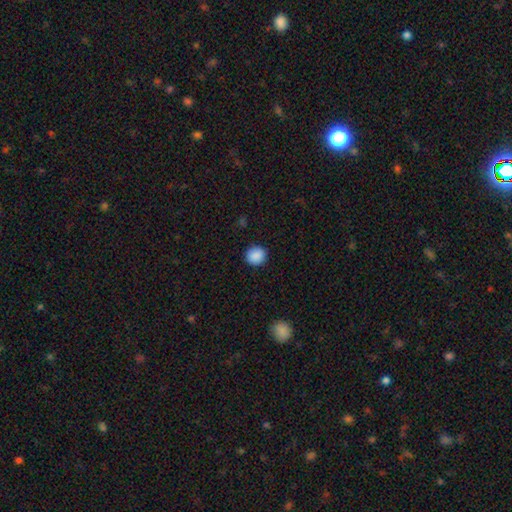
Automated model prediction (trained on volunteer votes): Smooth or featured? smooth (89%)
How rounded? round (92%)
Merging? none (91%)